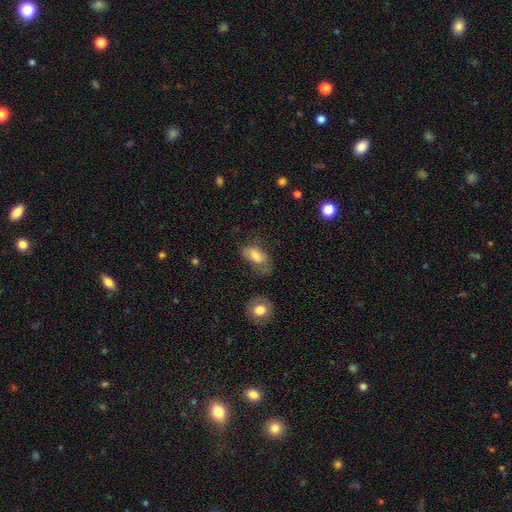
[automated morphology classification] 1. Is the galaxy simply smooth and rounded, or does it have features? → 72% smooth, 20% featured or disk, 8% star or artifact.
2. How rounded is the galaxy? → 89% in between, 7% round, 4% cigar-shaped.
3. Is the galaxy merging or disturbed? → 49% none, 27% minor disturbance, 19% major disturbance, 5% merger.